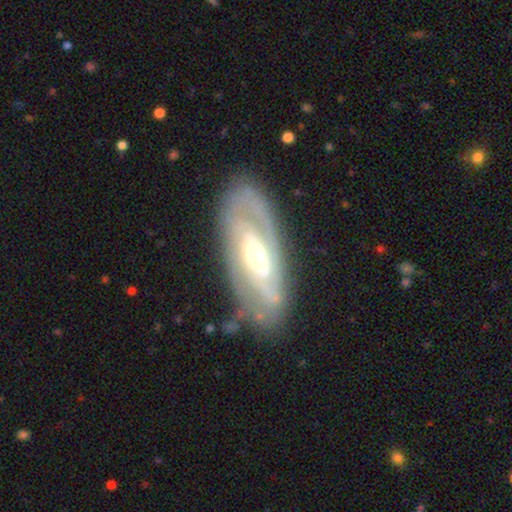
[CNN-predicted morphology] A featured or disk galaxy (81%) with no bar (46%), 2 (51%) tight (56%) spiral arms (84%) and a moderate central bulge (56%).

Vote fractions:
- Smooth or featured? featured or disk: 81% / smooth: 14% / star or artifact: 5%
- Edge-on disk? no: 89% / yes: 11%
- Bar? no: 46% / weak: 35% / strong: 20%
- Spiral arms? yes: 84% / no: 16%
- Spiral winding? tight: 56% / medium: 32% / loose: 12%
- Spiral arm count? 2: 51% / can't tell: 32% / 3: 8% / 1: 4% / 4: 3% / more than 4: 2%
- Bulge size? moderate: 56% / small: 37% / large: 5% / none: 1% / dominant: 1%
- Merging? none: 78% / minor disturbance: 15% / major disturbance: 5% / merger: 2%